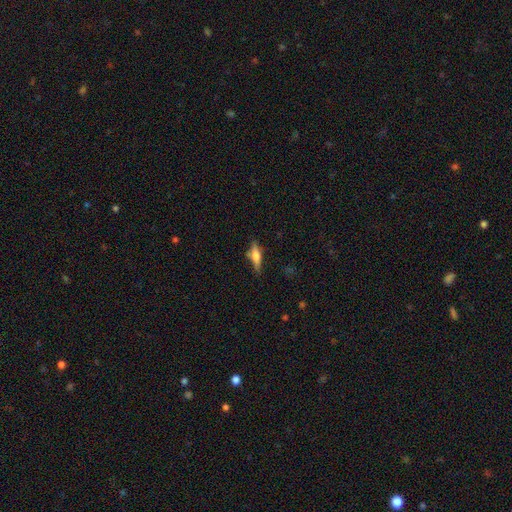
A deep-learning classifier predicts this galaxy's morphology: A smooth galaxy with no disk features (48%). Merging: none (73%).